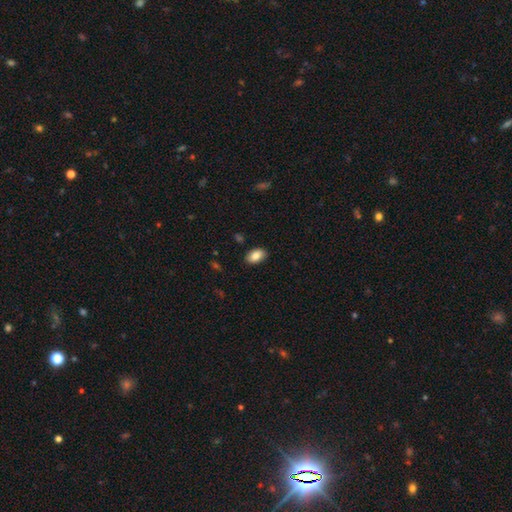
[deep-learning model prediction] Q: Smooth or featured?
A: smooth (85%); runner-up: featured or disk (7%)
Q: How rounded?
A: in between (91%); runner-up: round (7%)
Q: Merging?
A: none (87%); runner-up: minor disturbance (9%)